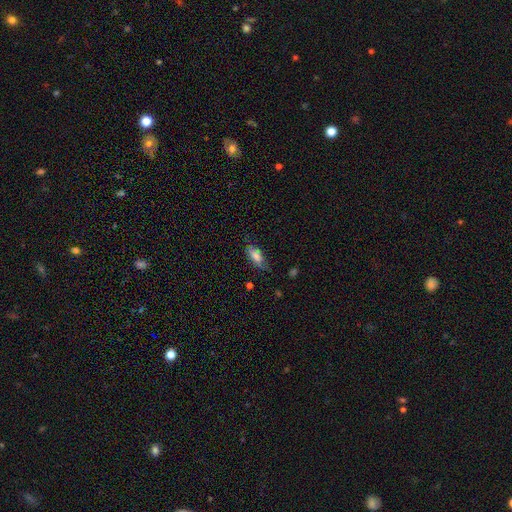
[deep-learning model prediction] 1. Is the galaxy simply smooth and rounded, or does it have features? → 76% smooth, 16% featured or disk, 8% star or artifact.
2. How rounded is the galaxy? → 80% in between, 17% cigar-shaped, 3% round.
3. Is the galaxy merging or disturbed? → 61% none, 29% minor disturbance, 8% major disturbance, 2% merger.